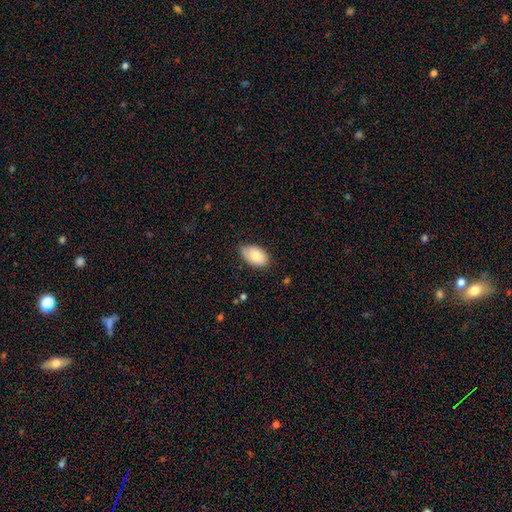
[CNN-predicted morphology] Smooth or featured? Predicted: smooth (p=0.81). How rounded? Predicted: in between (p=0.93). Merging? Predicted: none (p=0.71).